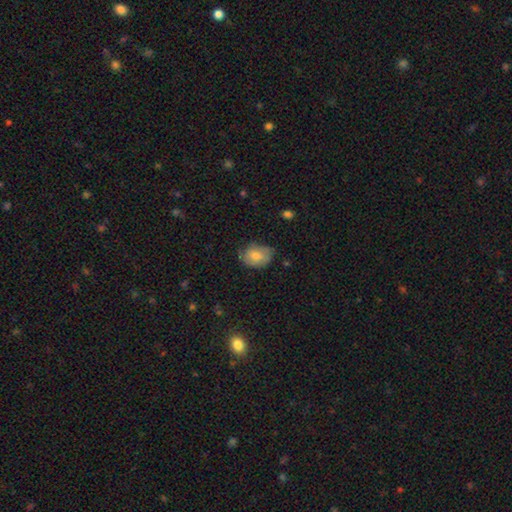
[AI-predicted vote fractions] Smooth or featured? Predicted: smooth (p=0.66). How rounded? Predicted: in between (p=0.68). Merging? Predicted: none (p=0.67).